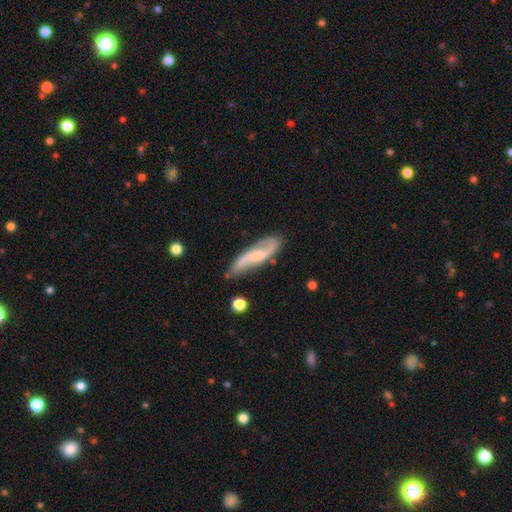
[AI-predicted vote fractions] A featured or disk galaxy (76%) with a weak bar (43%), 2 (89%) loose (63%) spiral arms (94%) and a small central bulge (45%). Merging: none (73%).